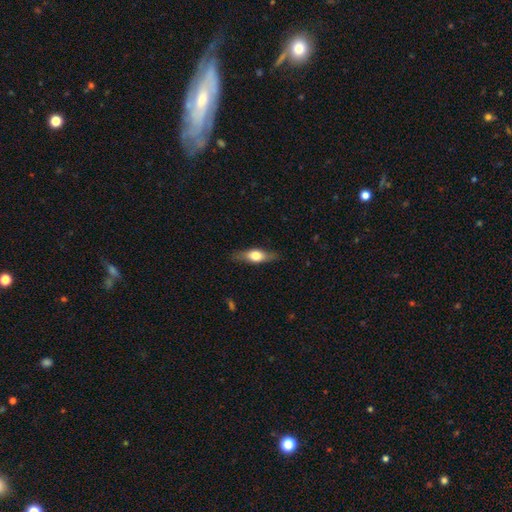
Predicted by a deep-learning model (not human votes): smooth-or-featured: smooth: 53% | featured or disk: 41% | star or artifact: 6%
  how-rounded: in between: 55% | cigar-shaped: 41% | round: 4%
  merging: none: 82% | minor disturbance: 14% | major disturbance: 3% | merger: 1%